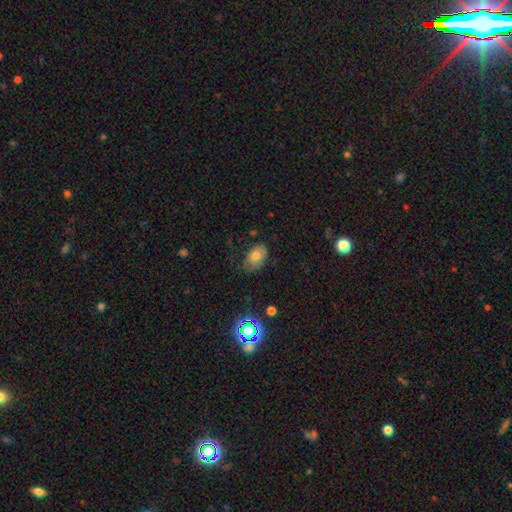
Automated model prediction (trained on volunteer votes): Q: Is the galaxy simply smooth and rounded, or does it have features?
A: smooth — 71%.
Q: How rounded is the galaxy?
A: in between — 85%.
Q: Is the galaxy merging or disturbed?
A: none — 56%.